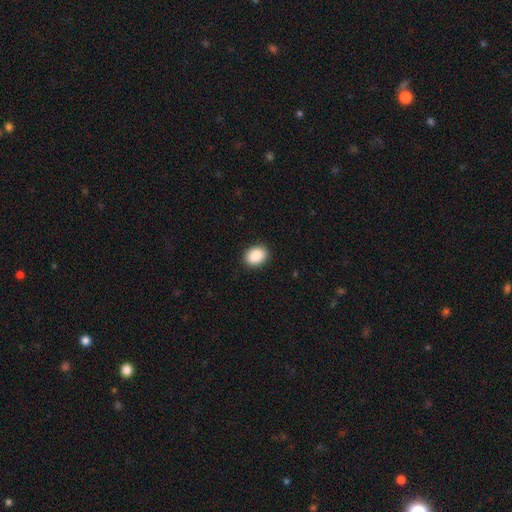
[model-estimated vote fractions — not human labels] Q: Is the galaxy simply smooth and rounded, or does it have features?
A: smooth — 90%.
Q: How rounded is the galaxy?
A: in between — 68%.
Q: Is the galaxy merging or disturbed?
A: none — 90%.